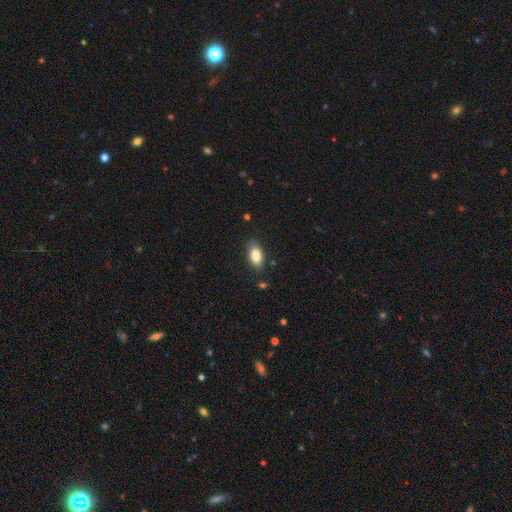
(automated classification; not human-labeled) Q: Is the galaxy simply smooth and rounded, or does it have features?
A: smooth — 83%.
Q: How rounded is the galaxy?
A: in between — 90%.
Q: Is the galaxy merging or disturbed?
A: none — 83%.